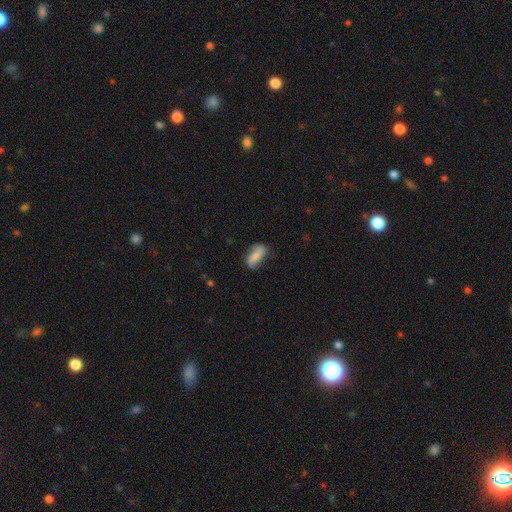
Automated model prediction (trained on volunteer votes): Smooth or featured? Predicted: smooth (p=0.68). How rounded? Predicted: in between (p=0.74). Merging? Predicted: none (p=0.66).